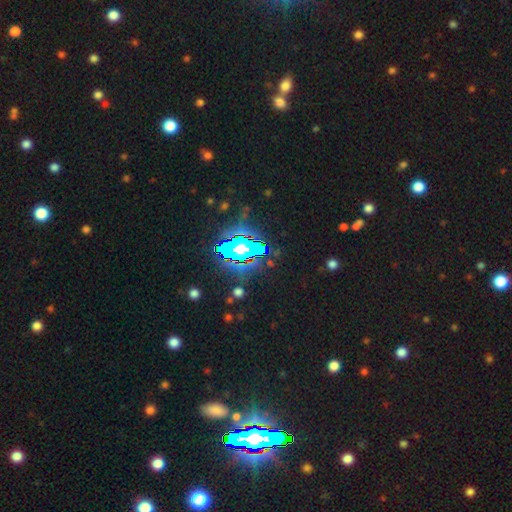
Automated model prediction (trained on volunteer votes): Smooth or featured?
  - star or artifact: 85% *
  - smooth: 8%
  - featured or disk: 7%